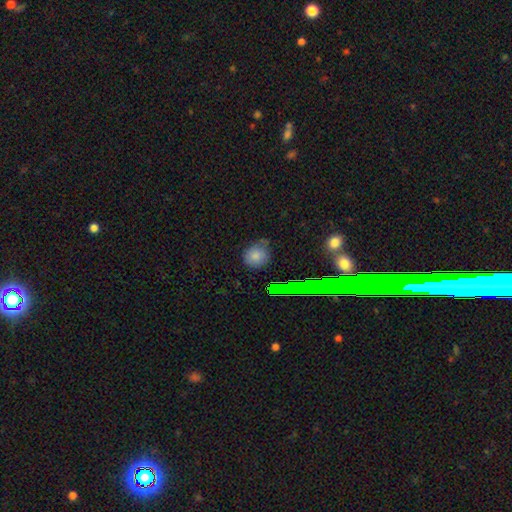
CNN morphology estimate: A smooth galaxy with no disk features (78%) that is round (79%). Merging: none (65%).